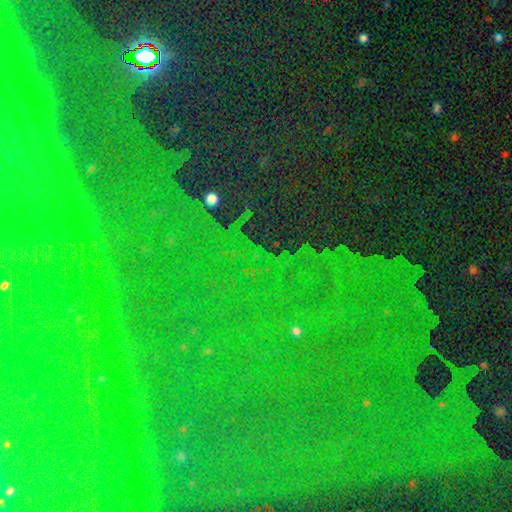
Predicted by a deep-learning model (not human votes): Q: Smooth or featured?
A: star or artifact (87%); runner-up: featured or disk (6%)